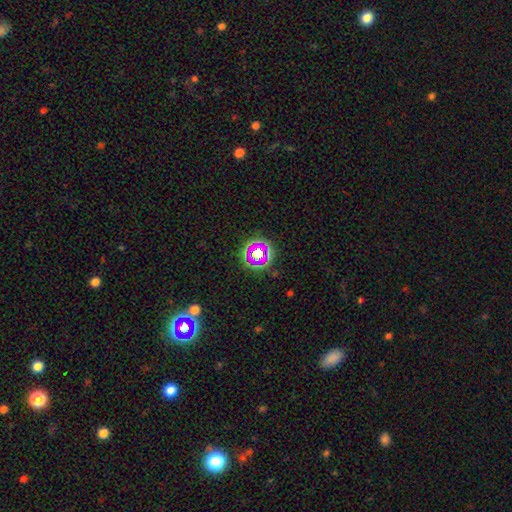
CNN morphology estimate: type=star or artifact (54%).